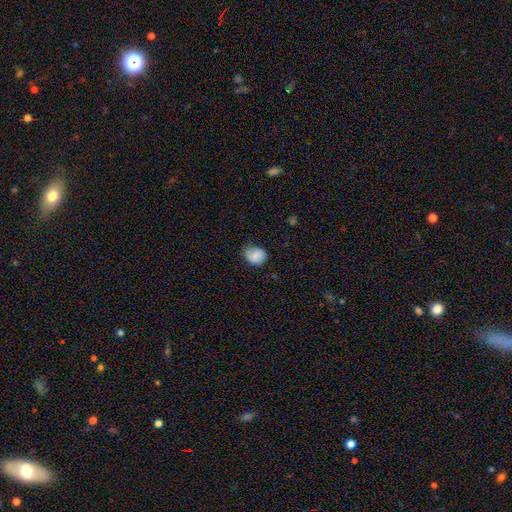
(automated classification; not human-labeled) Smooth or featured? Predicted: smooth (p=0.82). How rounded? Predicted: round (p=0.57). Merging? Predicted: none (p=0.56).